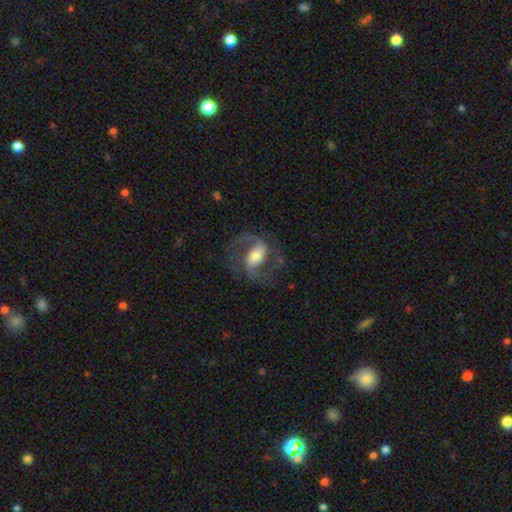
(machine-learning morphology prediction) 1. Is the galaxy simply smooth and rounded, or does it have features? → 86% featured or disk, 9% smooth, 5% star or artifact.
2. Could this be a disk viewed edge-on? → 97% no, 3% yes.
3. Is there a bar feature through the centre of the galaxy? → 40% weak, 36% strong, 24% no.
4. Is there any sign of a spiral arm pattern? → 95% yes, 5% no.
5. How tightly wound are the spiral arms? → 57% medium, 30% loose, 13% tight.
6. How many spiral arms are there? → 90% 2, 4% 1, 3% can't tell, 2% 3, 1% 4, 1% more than 4.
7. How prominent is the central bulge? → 60% moderate, 23% small, 14% large, 2% none, 2% dominant.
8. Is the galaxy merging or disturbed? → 72% none, 14% minor disturbance, 12% major disturbance, 1% merger.